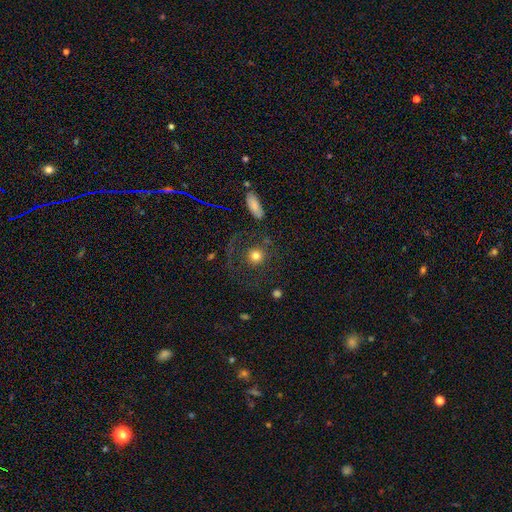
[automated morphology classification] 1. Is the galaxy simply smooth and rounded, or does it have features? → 67% smooth, 21% featured or disk, 12% star or artifact.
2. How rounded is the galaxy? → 89% round, 10% in between, 1% cigar-shaped.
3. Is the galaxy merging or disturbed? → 65% none, 19% major disturbance, 12% minor disturbance, 4% merger.